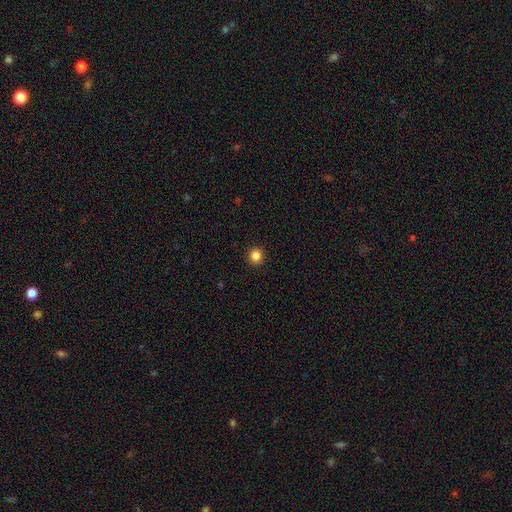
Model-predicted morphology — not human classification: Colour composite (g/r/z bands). It shows a smooth galaxy with no disk features (85%) that is round (92%). Merging: none (93%).